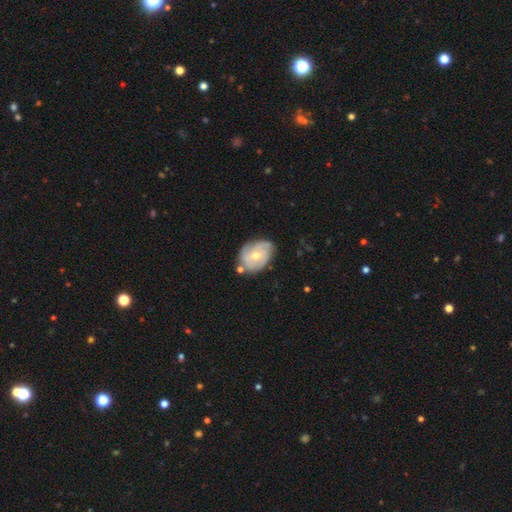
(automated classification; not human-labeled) smooth-or-featured: featured or disk: 66% | smooth: 29% | star or artifact: 6%
  disk-edge-on: no: 96% | yes: 4%
    bar: no: 68% | weak: 27% | strong: 4%
    has-spiral-arms: yes: 83% | no: 17%
      spiral-winding: tight: 54% | medium: 34% | loose: 13%
      spiral-arm-count: can't tell: 33% | 3: 29% | 2: 22% | 4: 9% | 1: 5% | more than 4: 3%
    bulge-size: moderate: 55% | small: 41% | large: 2% | none: 1% | dominant: 1%
  merging: none: 58% | minor disturbance: 27% | merger: 8% | major disturbance: 7%